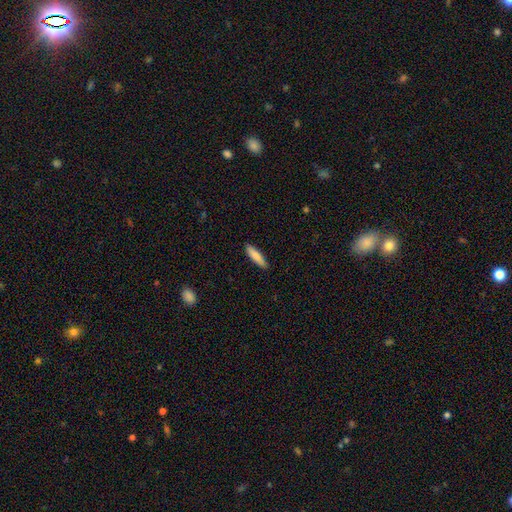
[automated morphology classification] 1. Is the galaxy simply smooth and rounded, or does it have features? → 83% smooth, 12% featured or disk, 6% star or artifact.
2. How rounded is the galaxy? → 75% cigar-shaped, 23% in between, 1% round.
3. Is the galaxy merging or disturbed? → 90% none, 8% minor disturbance, 2% major disturbance, 1% merger.